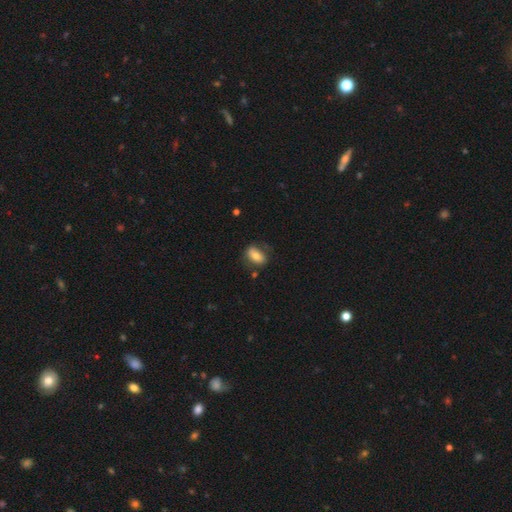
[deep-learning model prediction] Smooth or featured?
  - smooth: 70% *
  - featured or disk: 22%
  - star or artifact: 8%
How rounded?
  - in between: 85% *
  - round: 11%
  - cigar-shaped: 4%
Merging?
  - none: 70% *
  - minor disturbance: 19%
  - major disturbance: 7%
  - merger: 3%